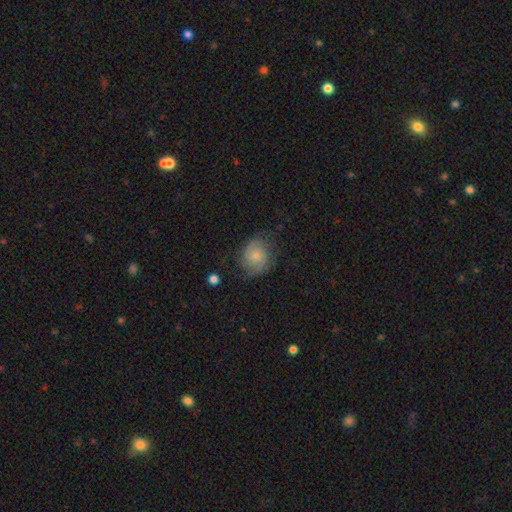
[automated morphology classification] Q: Smooth or featured?
A: smooth (54%); runner-up: featured or disk (39%)
Q: How rounded?
A: round (73%); runner-up: in between (26%)
Q: Merging?
A: none (59%); runner-up: minor disturbance (27%)